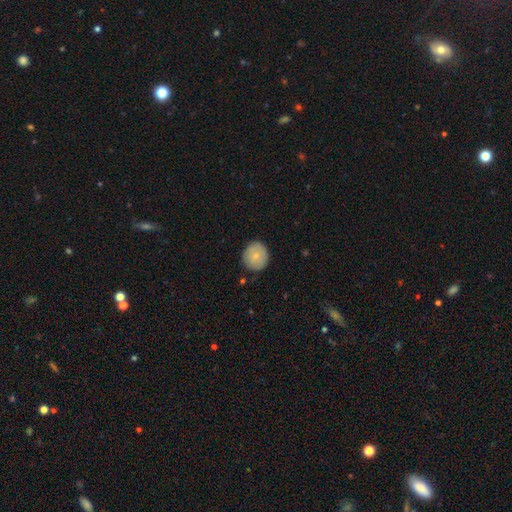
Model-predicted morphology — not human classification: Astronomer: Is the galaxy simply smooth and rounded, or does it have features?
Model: smooth — 78%.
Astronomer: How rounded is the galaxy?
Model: round — 89%.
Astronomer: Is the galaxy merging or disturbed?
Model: none — 85%.